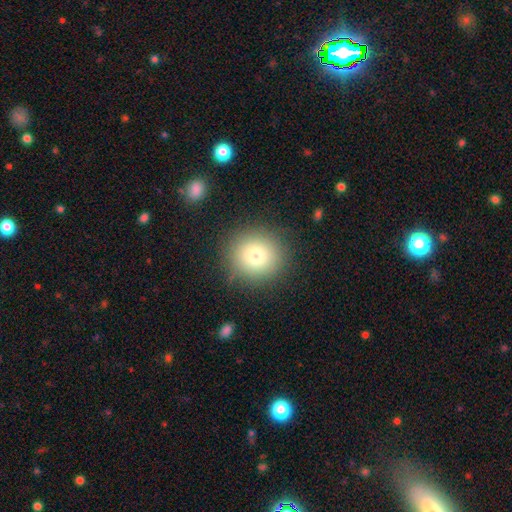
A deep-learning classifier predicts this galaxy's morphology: Smooth or featured: smooth — 77% (star or artifact — 12%)
How rounded: round — 91% (in between — 8%)
Merging: none — 86% (minor disturbance — 9%)